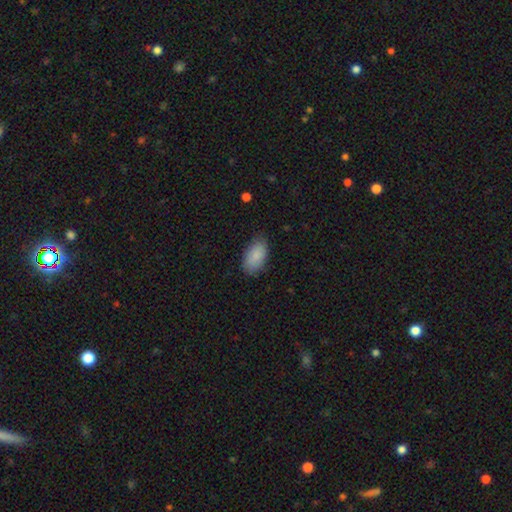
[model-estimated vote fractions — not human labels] smooth 89%, star or artifact 6%, featured or disk 5%. Down the decision tree: how rounded — in between (95%); merging — none (82%).